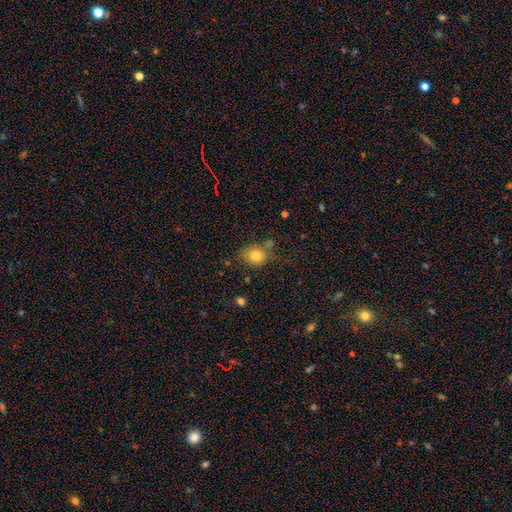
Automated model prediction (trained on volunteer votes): A smooth galaxy with no disk features (80%) that is round (62%). Merging: none (64%).